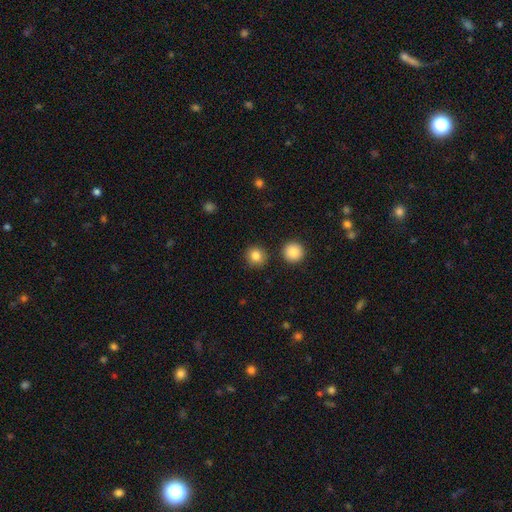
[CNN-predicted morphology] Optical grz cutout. It shows a smooth galaxy with no disk features (84%) that is round (92%). Merging: none (89%).